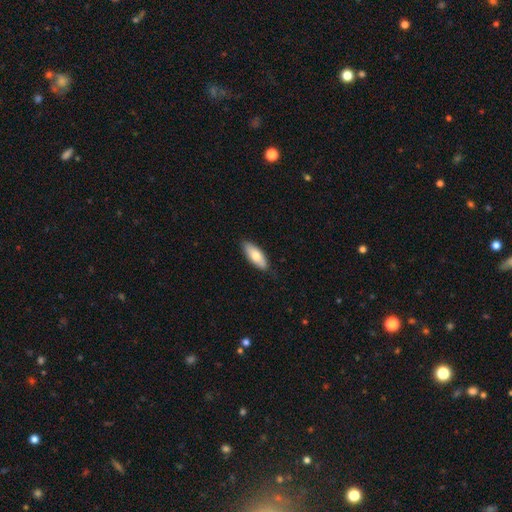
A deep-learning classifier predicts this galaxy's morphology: smooth 73%, featured or disk 22%, star or artifact 6%. Down the decision tree: how rounded — in between (76%); merging — none (85%).